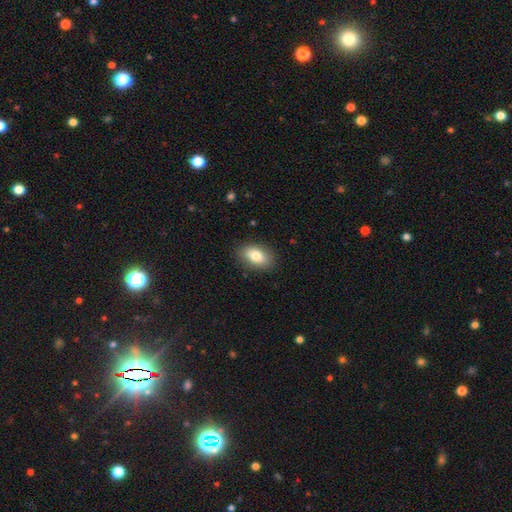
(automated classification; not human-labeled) A smooth galaxy with no disk features (80%) that is in between round and cigar-shaped (89%).

Vote fractions:
- Smooth or featured? smooth: 80% / featured or disk: 13% / star or artifact: 8%
- How rounded? in between: 89% / round: 9% / cigar-shaped: 2%
- Merging? none: 87% / minor disturbance: 10% / major disturbance: 3% / merger: 1%